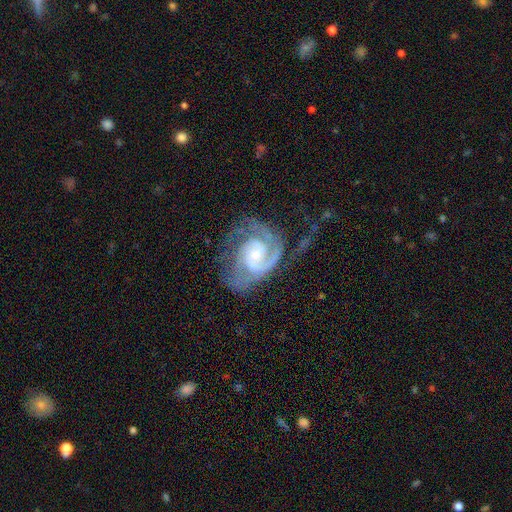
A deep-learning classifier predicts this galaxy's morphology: The model was most divided on "spiral winding": tight: 53%, medium: 38%, loose: 9%. More confident: edge-on disk — no (98%); spiral arms — yes (97%); smooth or featured — featured or disk (89%); bar — no (65%); bulge size — small (63%); merging — none (54%); spiral arm count — 2 (51%).